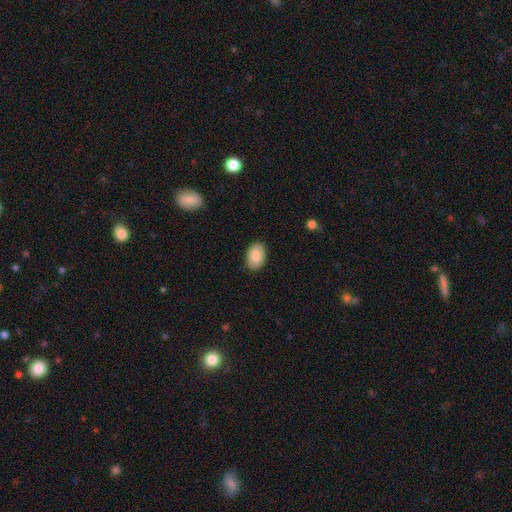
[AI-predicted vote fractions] This appears to be a smooth galaxy with no disk features (87%) that is in between round and cigar-shaped (90%). Merging: none (86%).